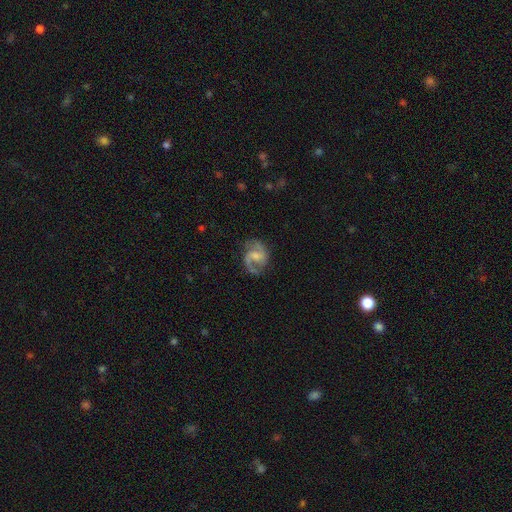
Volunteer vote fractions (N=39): smooth-or-featured: featured or disk: 95% | smooth: 3% | star or artifact: 3%
  disk-edge-on: no: 100% | yes: 0%
    bar: weak: 65% | no: 22% | strong: 14%
    has-spiral-arms: yes: 100% | no: 0%
      spiral-winding: medium: 59% | loose: 35% | tight: 5%
      spiral-arm-count: 2: 100% | 1: 0% | 3: 0% | 4: 0% | more than 4: 0% | can't tell: 0%
    bulge-size: small: 46% | moderate: 35% | none: 16% | large: 3% | dominant: 0%
  merging: none: 82% | minor disturbance: 11% | major disturbance: 5% | merger: 3%